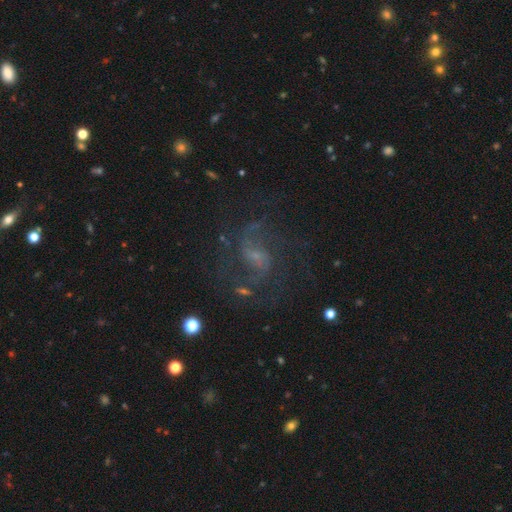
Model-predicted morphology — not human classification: Overall: featured or disk (78%). Edge-on disk: no (97%). Bar: weak (50%; no 38%). Spiral arms: yes (92%). Spiral arm count: 2 (63%). Spiral winding: medium (52%; loose 28%). Bulge size: small (61%; moderate 21%). Merging: none (66%).